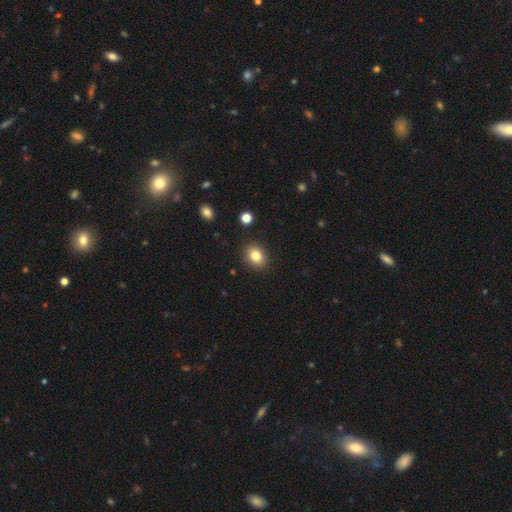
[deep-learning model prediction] Overall: smooth (83%). How rounded: in between (54%; round 45%). Merging: none (88%).